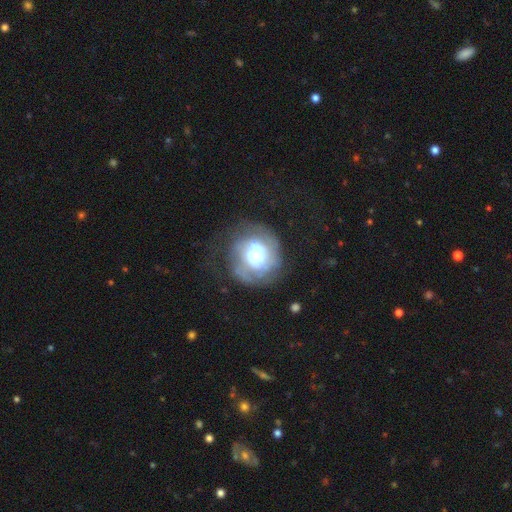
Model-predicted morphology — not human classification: Smooth or featured: featured or disk — 63% (smooth — 28%)
Edge-on disk: no — 97% (yes — 3%)
Bar: no — 77% (weak — 18%)
Spiral arms: yes — 81% (no — 19%)
Bulge size: large — 35% (moderate — 31%)
Merging: none — 57% (major disturbance — 21%)